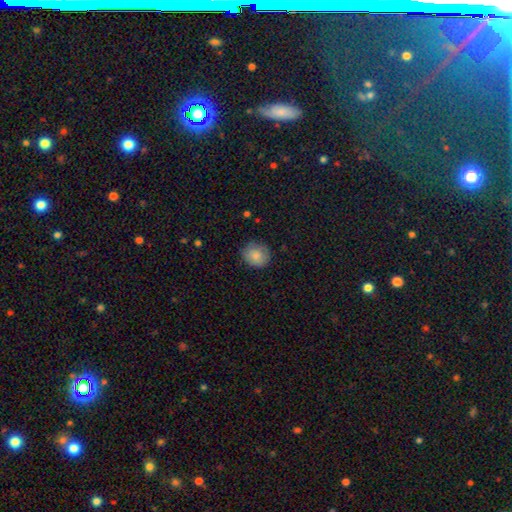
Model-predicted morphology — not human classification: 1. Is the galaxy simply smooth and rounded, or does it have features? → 84% smooth, 9% featured or disk, 8% star or artifact.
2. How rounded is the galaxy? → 83% round, 16% in between, 1% cigar-shaped.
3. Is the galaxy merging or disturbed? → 82% none, 14% minor disturbance, 3% major disturbance, 1% merger.